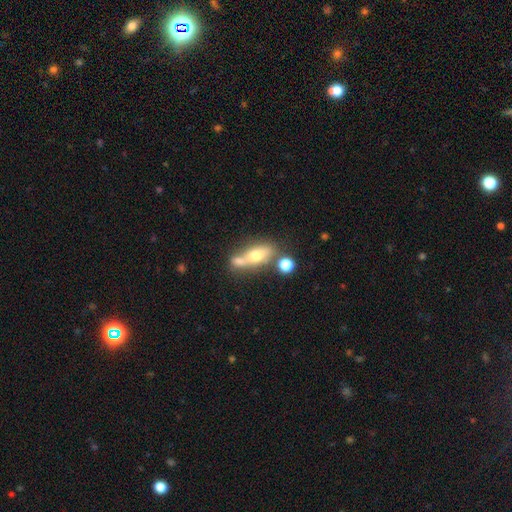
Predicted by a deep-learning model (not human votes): A smooth galaxy with no disk features (52%) that is in between round and cigar-shaped (62%).

Vote fractions:
- Smooth or featured? smooth: 52% / featured or disk: 38% / star or artifact: 10%
- How rounded? in between: 62% / cigar-shaped: 27% / round: 11%
- Merging? none: 41% / merger: 36% / minor disturbance: 15% / major disturbance: 9%